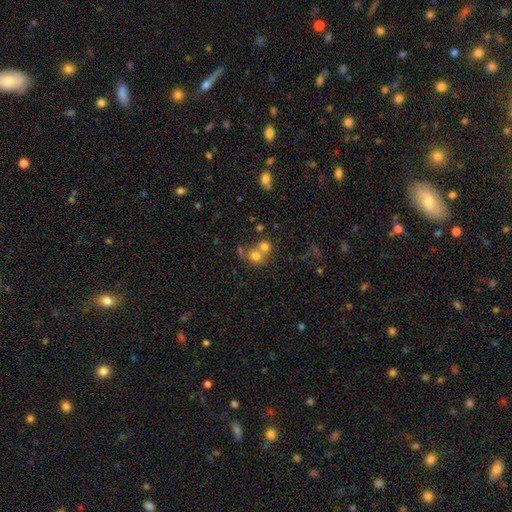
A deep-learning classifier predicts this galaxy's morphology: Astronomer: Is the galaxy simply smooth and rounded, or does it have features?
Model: smooth — 72%.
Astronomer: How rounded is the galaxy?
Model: round — 85%.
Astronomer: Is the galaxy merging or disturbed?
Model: merger — 50% (runner-up: none, 41%).